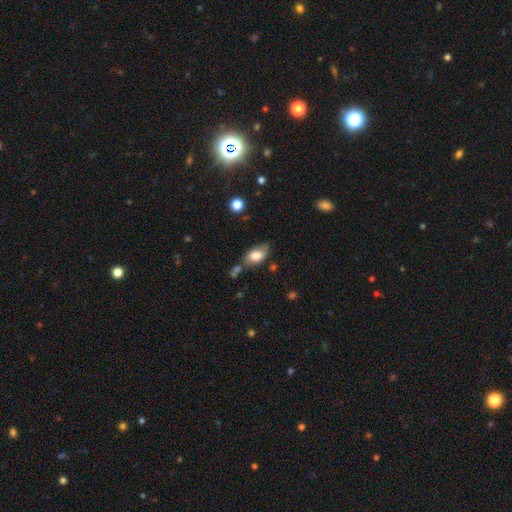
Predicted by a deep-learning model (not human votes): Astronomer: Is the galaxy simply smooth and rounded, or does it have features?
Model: smooth — 76%.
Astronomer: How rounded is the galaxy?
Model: in between — 91%.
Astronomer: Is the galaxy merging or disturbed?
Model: none — 63%.